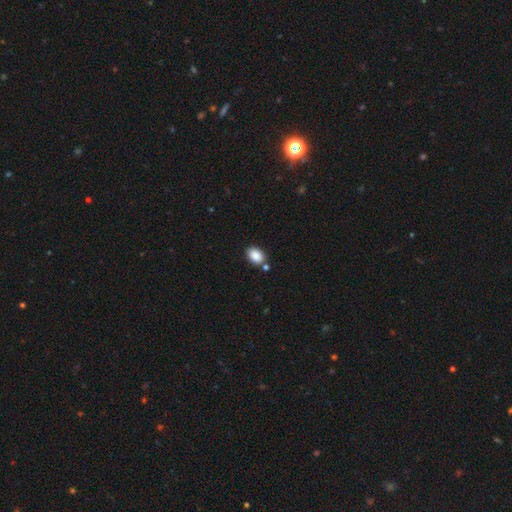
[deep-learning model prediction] smooth 88%, star or artifact 8%, featured or disk 4%. Down the decision tree: how rounded — in between (80%); merging — none (76%).